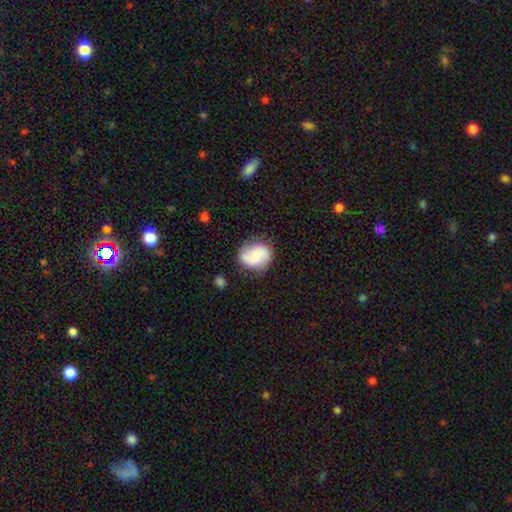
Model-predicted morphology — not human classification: A featured or disk galaxy (52%) with no bar (56%), spiral arms (89%) and a small central bulge (43%). Merging: none (74%).